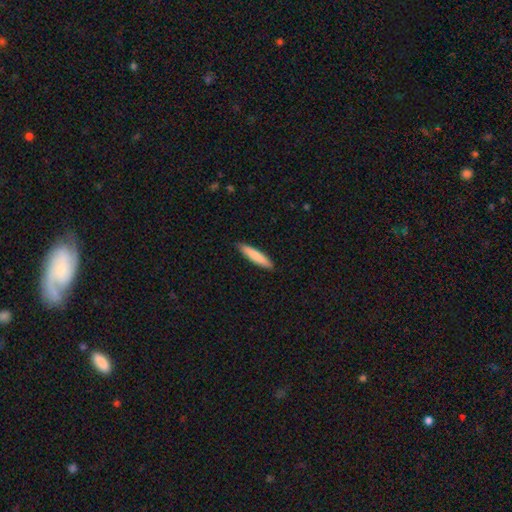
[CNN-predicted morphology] Smooth or featured: smooth — 83% (featured or disk — 12%)
How rounded: cigar-shaped — 88% (in between — 11%)
Merging: none — 90% (minor disturbance — 8%)